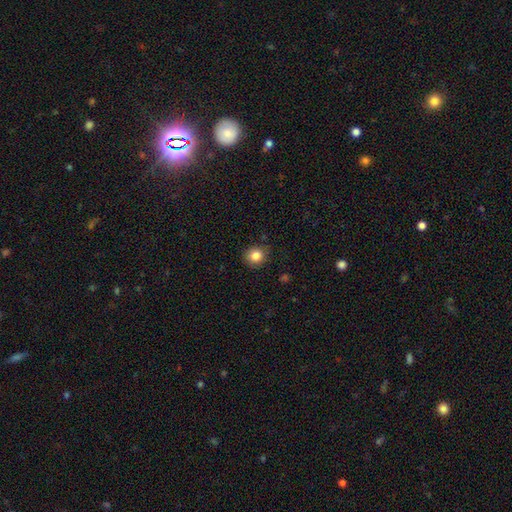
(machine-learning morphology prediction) Overall: smooth (84%). How rounded: round (87%). Merging: none (85%).